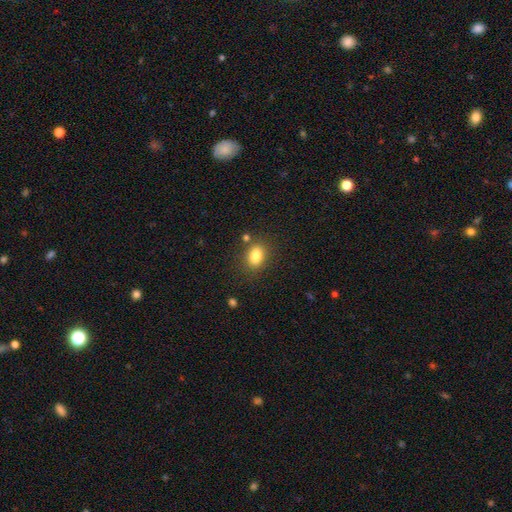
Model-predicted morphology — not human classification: A smooth galaxy with no disk features (83%) that is in between round and cigar-shaped (70%).

Vote fractions:
- Smooth or featured? smooth: 83% / star or artifact: 10% / featured or disk: 7%
- How rounded? in between: 70% / round: 29% / cigar-shaped: 1%
- Merging? none: 79% / minor disturbance: 11% / merger: 7% / major disturbance: 3%